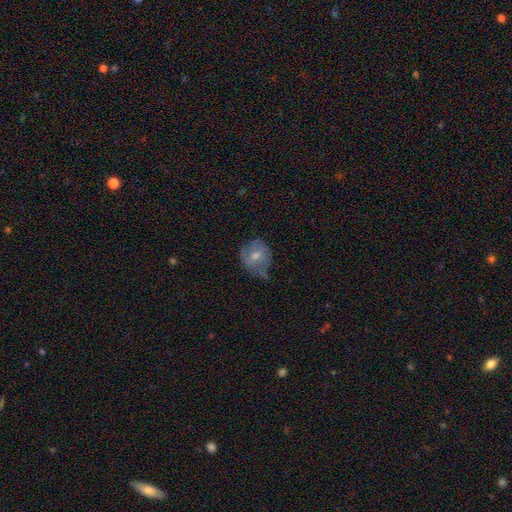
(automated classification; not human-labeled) Overall: smooth (53%; featured or disk 39%). How rounded: round (71%). Merging: none (43%; minor disturbance 36%).